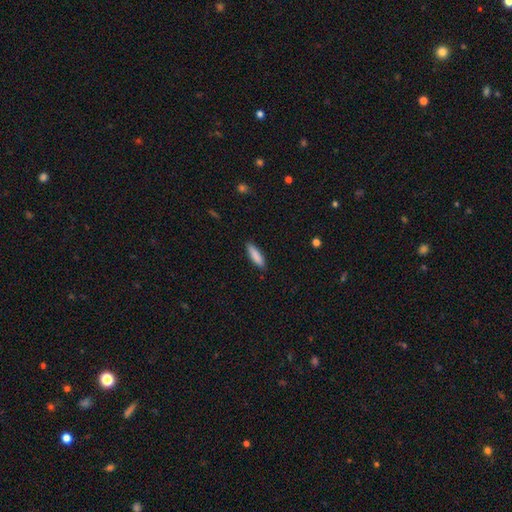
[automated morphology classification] Smooth or featured? smooth (87%)
How rounded? cigar-shaped (69%)
Merging? none (88%)